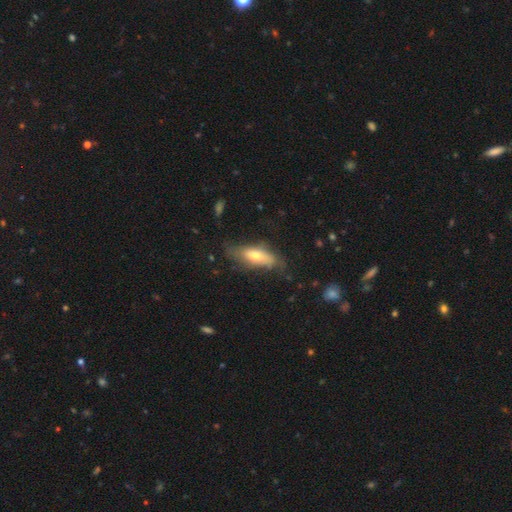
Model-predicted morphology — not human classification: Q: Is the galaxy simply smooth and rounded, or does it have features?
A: smooth — 52%.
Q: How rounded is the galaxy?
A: in between — 58%.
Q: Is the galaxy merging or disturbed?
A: none — 65%.